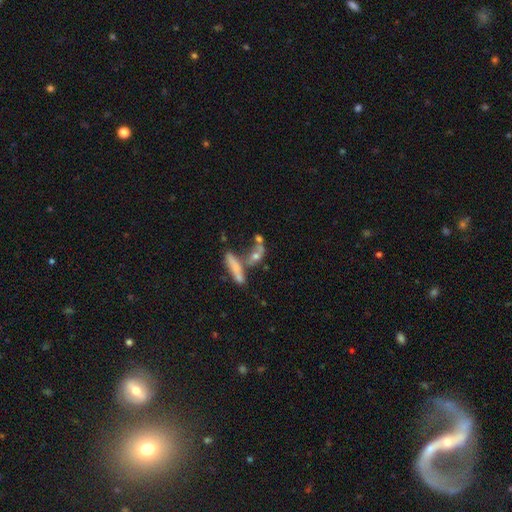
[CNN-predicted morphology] The model was most divided on "merging": merger: 41%, none: 34%, minor disturbance: 13%, major disturbance: 12%. More confident: how rounded — cigar-shaped (55%); smooth or featured — smooth (51%).